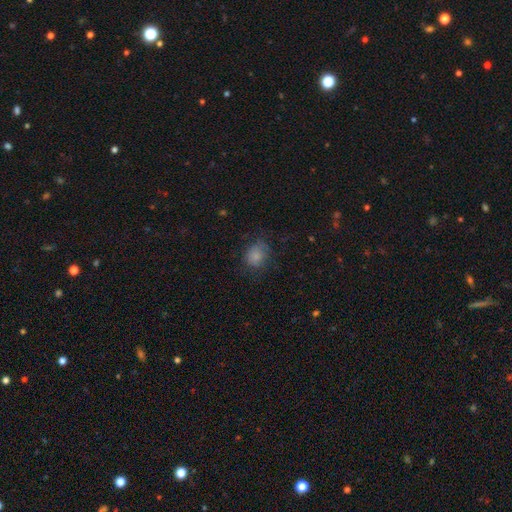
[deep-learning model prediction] This is likely a smooth galaxy (78%). How rounded: likely round (60%). Merging: likely none (62%).